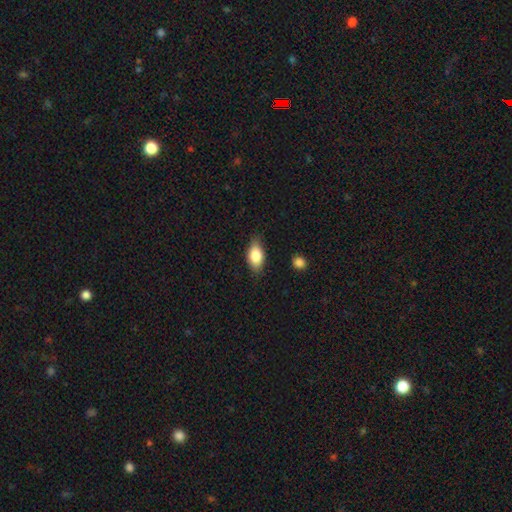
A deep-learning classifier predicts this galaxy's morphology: The model was most divided on "merging": none: 78%, minor disturbance: 17%, major disturbance: 3%, merger: 2%. More confident: how rounded — in between (88%); smooth or featured — smooth (80%).